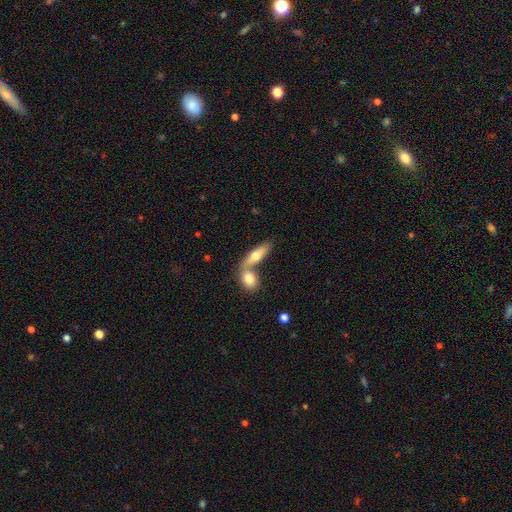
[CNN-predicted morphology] The model was most divided on "merging": merger: 52%, none: 37%, minor disturbance: 8%, major disturbance: 3%. More confident: smooth or featured — smooth (65%); how rounded — in between (57%).